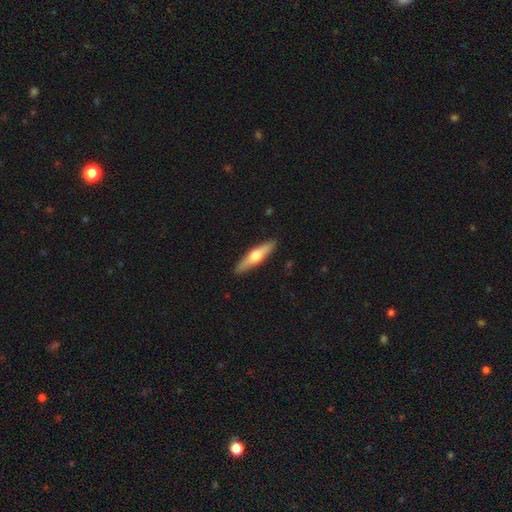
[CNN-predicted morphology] Overall: featured or disk (51%; smooth 45%). Edge-on disk: yes (94%). Merging: none (90%).